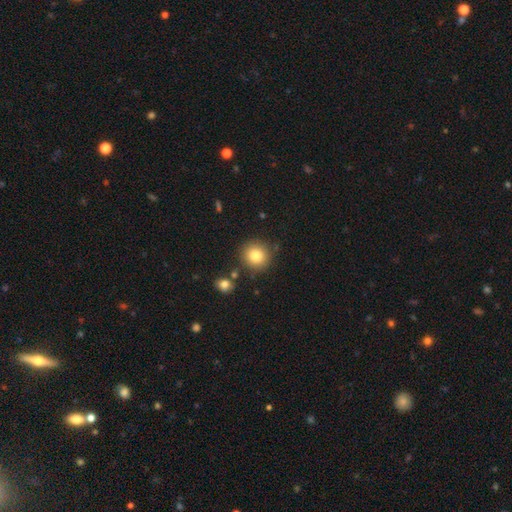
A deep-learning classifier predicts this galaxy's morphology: Q: Smooth or featured?
A: smooth (82%); runner-up: star or artifact (10%)
Q: How rounded?
A: round (91%); runner-up: in between (8%)
Q: Merging?
A: none (82%); runner-up: minor disturbance (9%)